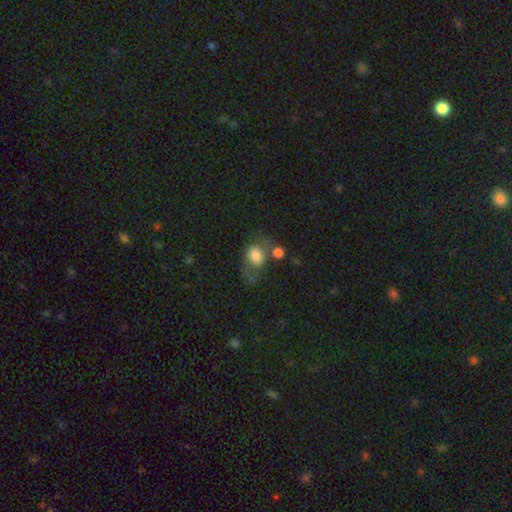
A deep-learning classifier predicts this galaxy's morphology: Overall: smooth (69%). How rounded: in between (52%; round 47%). Merging: none (36%; merger 24%).